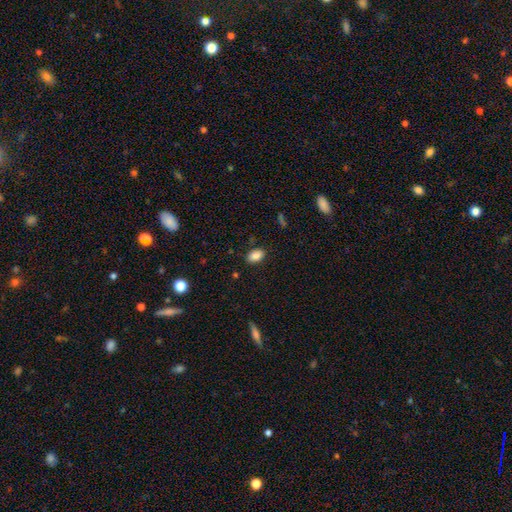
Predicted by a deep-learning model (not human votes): This is clearly a smooth galaxy (86%). How rounded: clearly in between (88%). Merging: clearly none (86%).